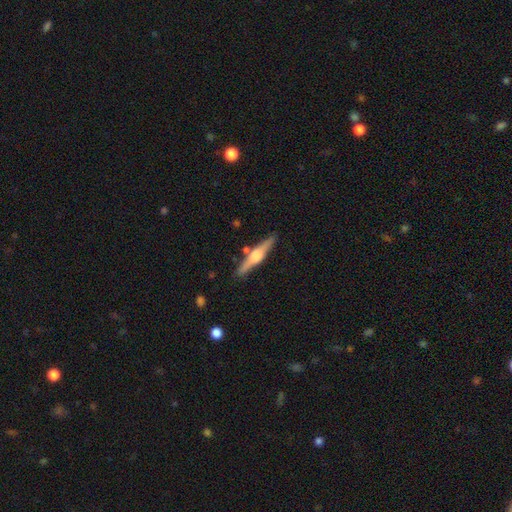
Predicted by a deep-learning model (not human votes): featured or disk 66%, smooth 28%, star or artifact 5%. Down the decision tree: edge-on disk — yes (97%); edge-on bulge — rounded (83%); merging — none (84%).